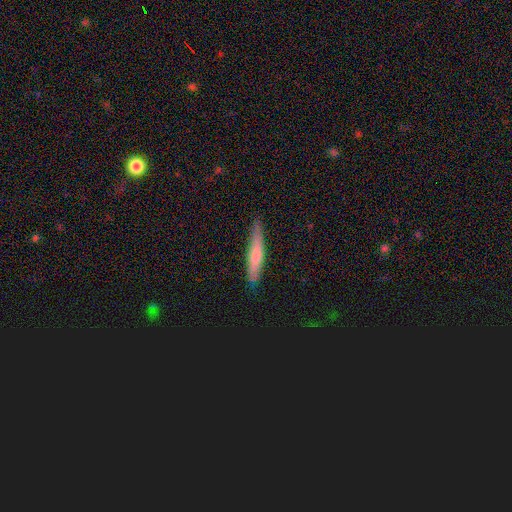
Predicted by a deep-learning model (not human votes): Smooth or featured? Predicted: smooth (p=0.69). How rounded? Predicted: cigar-shaped (p=0.90). Merging? Predicted: none (p=0.82).